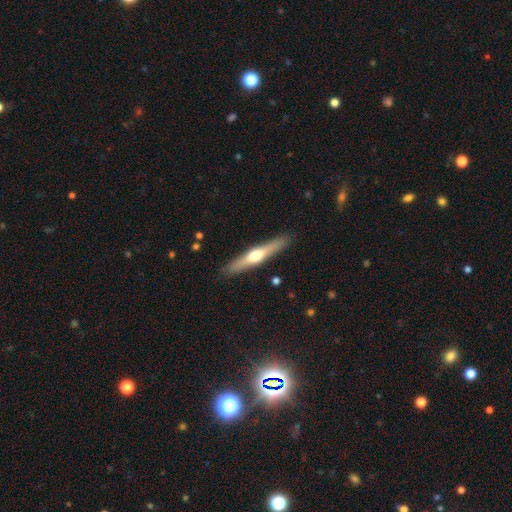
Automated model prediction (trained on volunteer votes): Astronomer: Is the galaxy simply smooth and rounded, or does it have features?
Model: featured or disk — 59% (runner-up: smooth, 36%).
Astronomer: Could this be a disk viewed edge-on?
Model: yes — 95%.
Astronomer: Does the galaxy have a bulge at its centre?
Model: rounded — 91%.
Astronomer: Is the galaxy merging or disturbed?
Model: none — 89%.